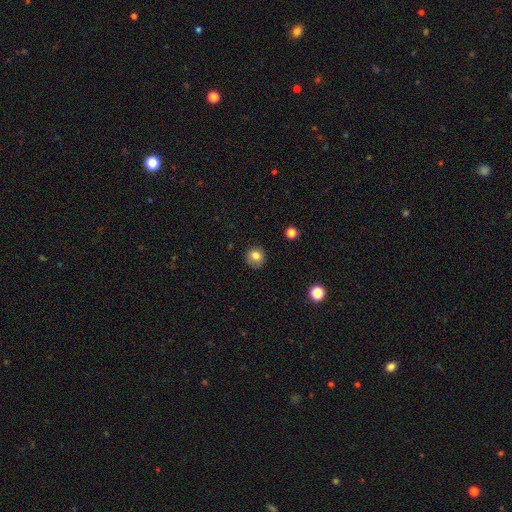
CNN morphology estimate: The model was most divided on "smooth or featured": smooth: 80%, star or artifact: 11%, featured or disk: 9%. More confident: how rounded — round (90%); merging — none (86%).